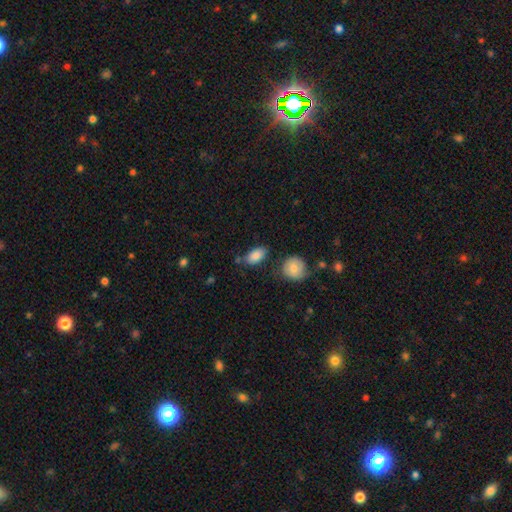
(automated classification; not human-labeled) A smooth galaxy with no disk features (86%) that is in between round and cigar-shaped (91%).

Vote fractions:
- Smooth or featured? smooth: 86% / star or artifact: 7% / featured or disk: 7%
- How rounded? in between: 91% / round: 6% / cigar-shaped: 3%
- Merging? none: 73% / minor disturbance: 16% / merger: 7% / major disturbance: 4%